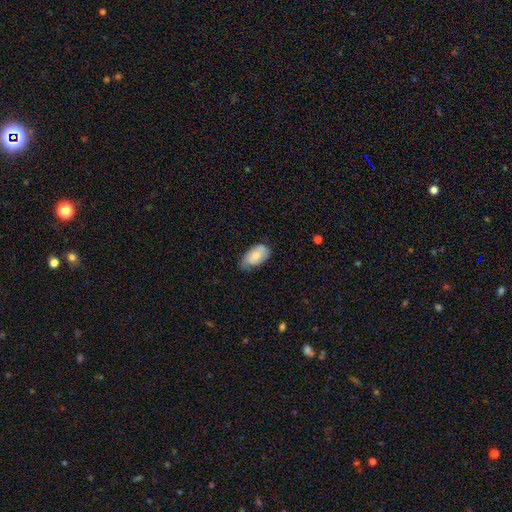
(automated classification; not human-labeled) This is likely a smooth galaxy (70%). How rounded: clearly in between (94%). Merging: possibly none (52%).